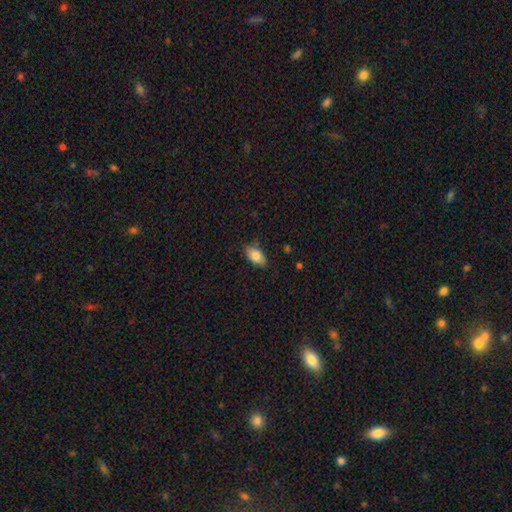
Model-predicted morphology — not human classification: Smooth or featured?
  - smooth: 84% *
  - featured or disk: 9%
  - star or artifact: 7%
How rounded?
  - in between: 92% *
  - round: 5%
  - cigar-shaped: 3%
Merging?
  - none: 80% *
  - minor disturbance: 16%
  - major disturbance: 3%
  - merger: 1%